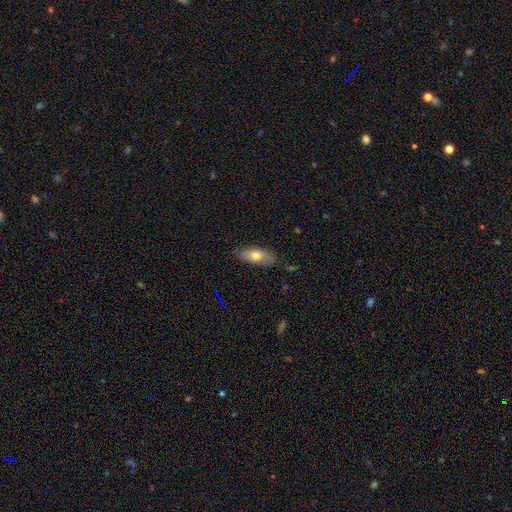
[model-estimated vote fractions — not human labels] smooth 67%, featured or disk 26%, star or artifact 7%. Down the decision tree: how rounded — in between (84%); merging — none (77%).